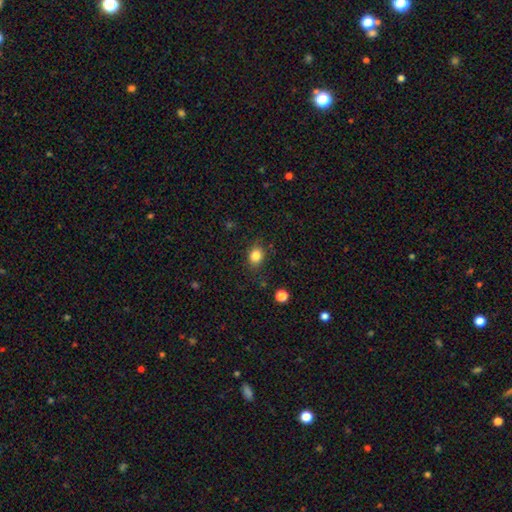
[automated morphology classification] type=smooth (84%); roundness=round (53%); merging=none (83%).